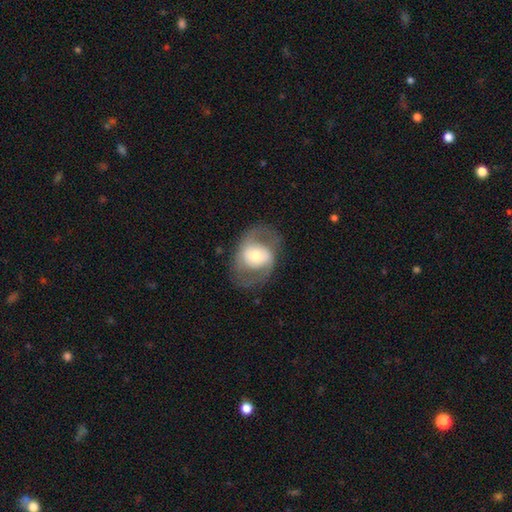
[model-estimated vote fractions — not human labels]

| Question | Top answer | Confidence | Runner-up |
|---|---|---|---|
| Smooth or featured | featured or disk | 66% | smooth (28%) |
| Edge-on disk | no | 95% | yes (5%) |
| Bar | no | 50% | weak (32%) |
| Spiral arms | yes | 66% | no (34%) |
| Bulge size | moderate | 58% | large (20%) |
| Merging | none | 71% | minor disturbance (15%) |